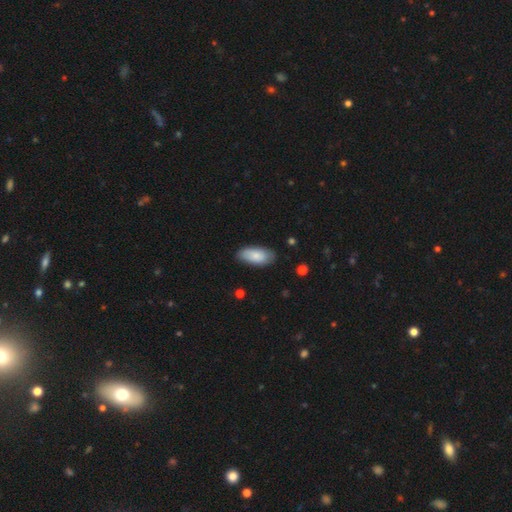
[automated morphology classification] Q: Smooth or featured?
A: smooth (83%); runner-up: featured or disk (11%)
Q: How rounded?
A: in between (90%); runner-up: cigar-shaped (8%)
Q: Merging?
A: none (80%); runner-up: minor disturbance (16%)